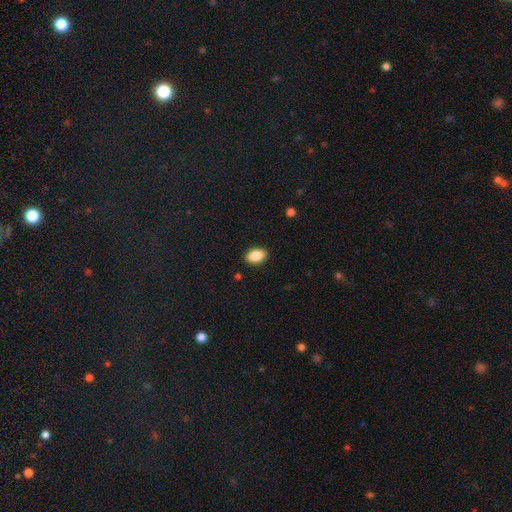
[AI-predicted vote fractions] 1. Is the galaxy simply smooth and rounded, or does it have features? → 87% smooth, 8% star or artifact, 6% featured or disk.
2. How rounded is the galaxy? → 90% in between, 9% round, 2% cigar-shaped.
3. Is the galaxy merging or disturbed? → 89% none, 8% minor disturbance, 2% major disturbance, 1% merger.